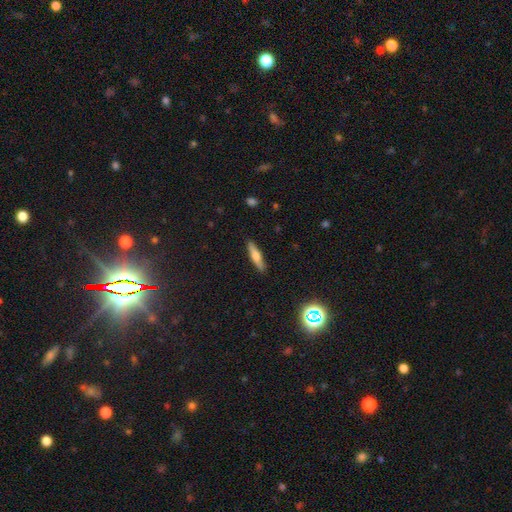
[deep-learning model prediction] A smooth galaxy with no disk features (56%) that is cigar-shaped (82%).

Vote fractions:
- Smooth or featured? smooth: 56% / featured or disk: 36% / star or artifact: 8%
- How rounded? cigar-shaped: 82% / in between: 16% / round: 2%
- Merging? none: 89% / minor disturbance: 8% / major disturbance: 2% / merger: 1%